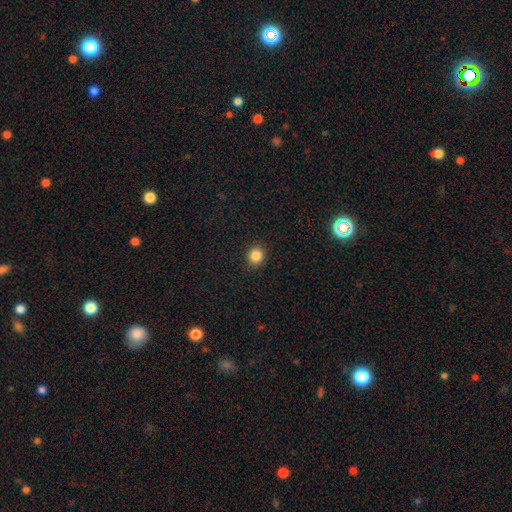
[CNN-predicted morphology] type=smooth (85%); roundness=round (86%); merging=none (92%).